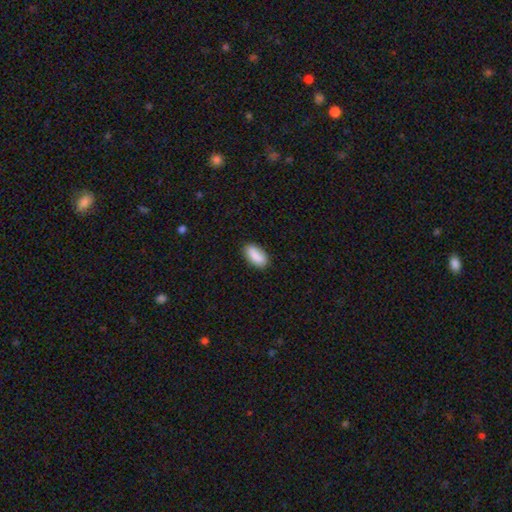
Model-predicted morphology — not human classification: Smooth or featured? smooth (89%)
How rounded? in between (90%)
Merging? none (85%)